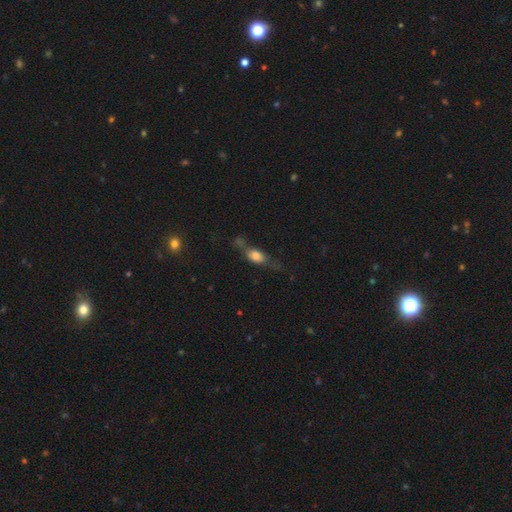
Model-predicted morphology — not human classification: smooth-or-featured: smooth: 60% | featured or disk: 29% | star or artifact: 11%
  how-rounded: in between: 67% | cigar-shaped: 20% | round: 13%
  merging: none: 37% | minor disturbance: 24% | major disturbance: 24% | merger: 14%